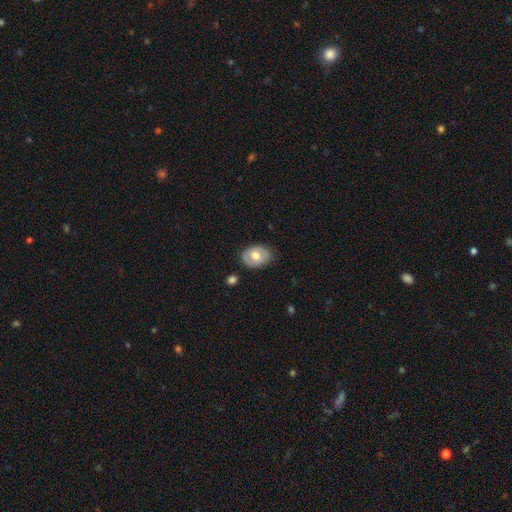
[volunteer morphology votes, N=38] This appears to be a smooth galaxy with no disk features (58%) that is round (59%). Merging: none (81%).